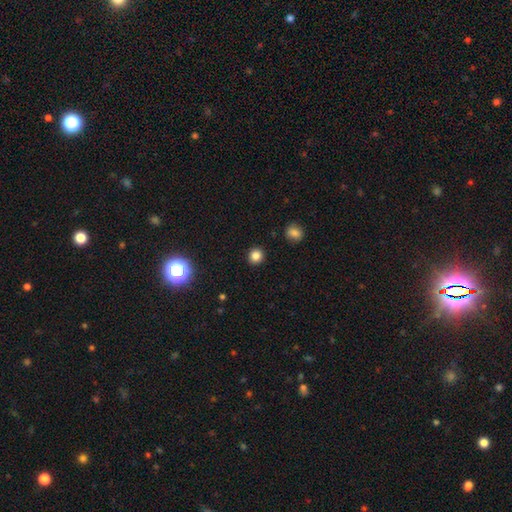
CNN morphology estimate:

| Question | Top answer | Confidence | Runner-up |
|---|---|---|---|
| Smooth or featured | smooth | 82% | star or artifact (14%) |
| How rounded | round | 92% | in between (7%) |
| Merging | none | 92% | minor disturbance (5%) |